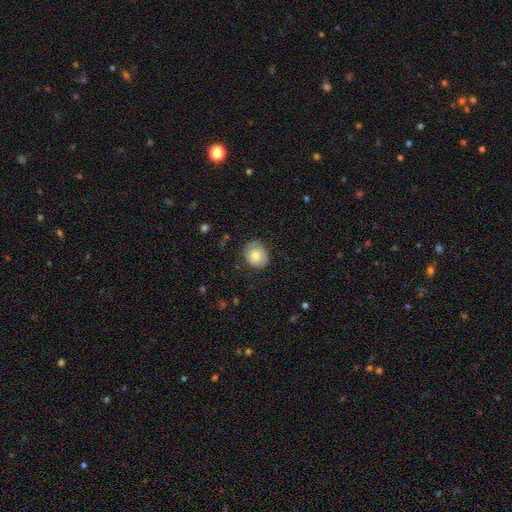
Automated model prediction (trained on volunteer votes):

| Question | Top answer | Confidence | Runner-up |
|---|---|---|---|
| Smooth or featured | smooth | 76% | featured or disk (16%) |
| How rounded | round | 71% | in between (28%) |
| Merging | none | 76% | minor disturbance (19%) |